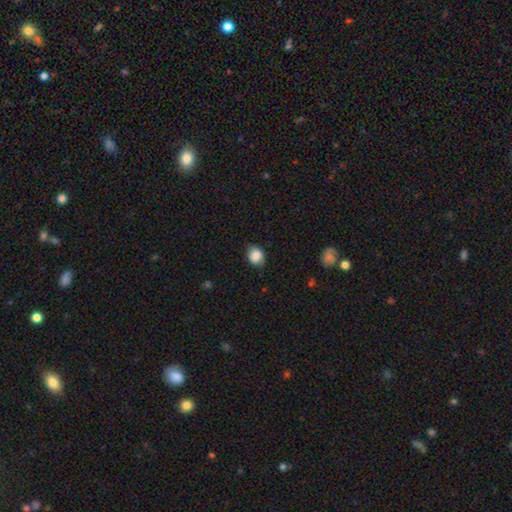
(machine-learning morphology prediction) Smooth or featured? Predicted: smooth (p=0.85). How rounded? Predicted: round (p=0.52). Merging? Predicted: none (p=0.74).